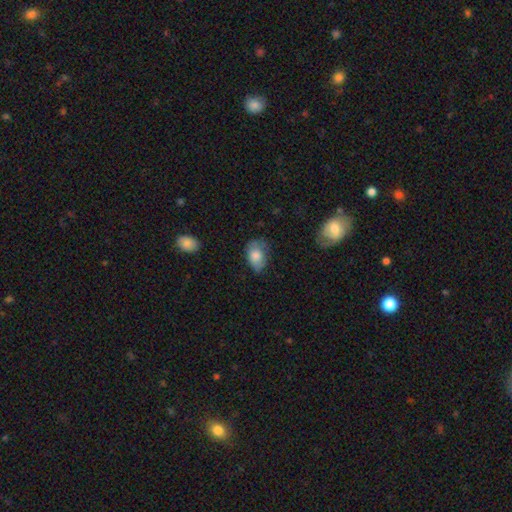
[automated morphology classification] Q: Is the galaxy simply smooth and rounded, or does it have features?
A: smooth — 79%.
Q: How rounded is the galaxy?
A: in between — 86%.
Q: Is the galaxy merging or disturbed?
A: none — 51%.